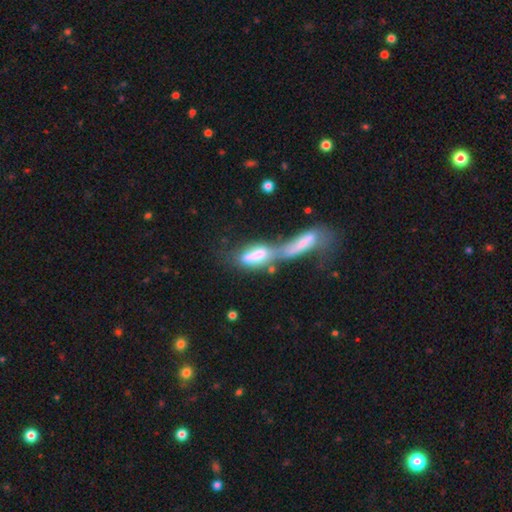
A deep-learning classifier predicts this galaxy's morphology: This appears to be a smooth galaxy with no disk features (54%) that is in between round and cigar-shaped (60%). Merging: merger (76%).